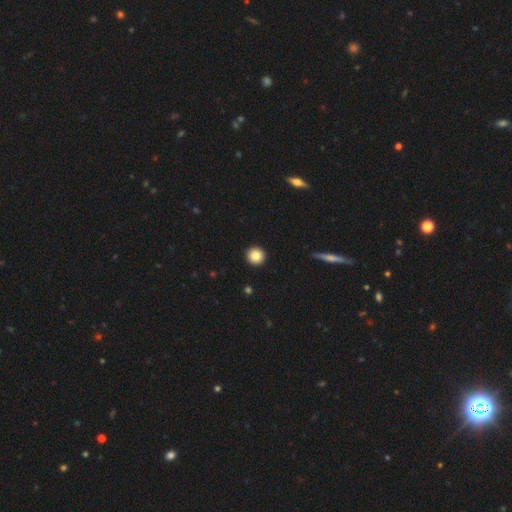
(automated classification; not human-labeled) Smooth or featured? Predicted: smooth (p=0.84). How rounded? Predicted: round (p=0.95). Merging? Predicted: none (p=0.94).